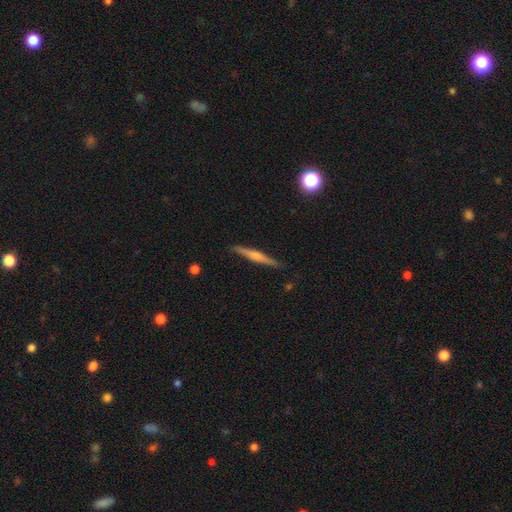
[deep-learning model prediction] Smooth or featured?
  - featured or disk: 52% *
  - smooth: 42%
  - star or artifact: 6%
Edge-on disk?
  - yes: 97% *
  - no: 3%
Edge-on bulge?
  - rounded: 53% *
  - none: 29%
  - boxy: 18%
Merging?
  - none: 88% *
  - minor disturbance: 9%
  - major disturbance: 2%
  - merger: 1%